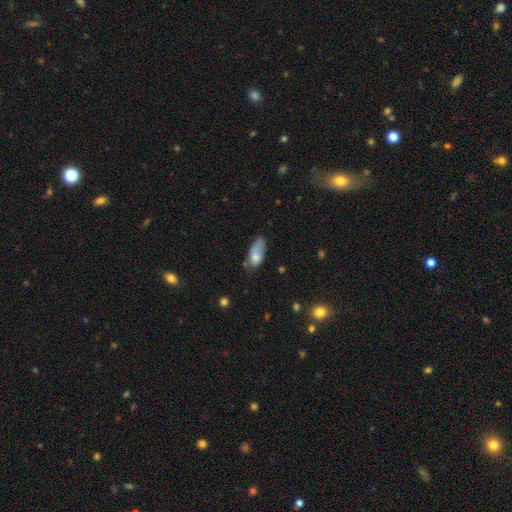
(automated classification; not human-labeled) A smooth galaxy with no disk features (73%) that is in between round and cigar-shaped (84%). Merging: minor disturbance (37%).